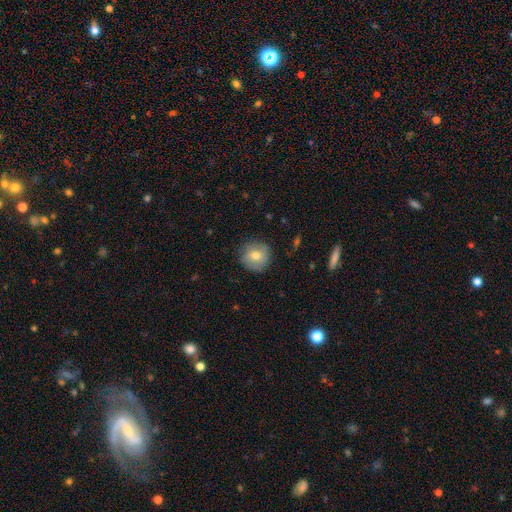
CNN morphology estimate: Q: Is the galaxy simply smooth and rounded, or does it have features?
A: smooth — 74%.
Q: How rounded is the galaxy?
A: round — 93%.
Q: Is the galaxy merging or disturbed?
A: none — 84%.